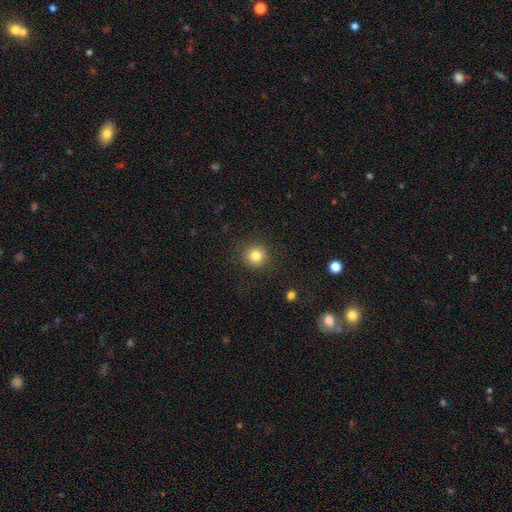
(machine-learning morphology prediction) Q: Smooth or featured?
A: smooth (82%); runner-up: star or artifact (12%)
Q: How rounded?
A: round (93%); runner-up: in between (6%)
Q: Merging?
A: none (89%); runner-up: minor disturbance (7%)